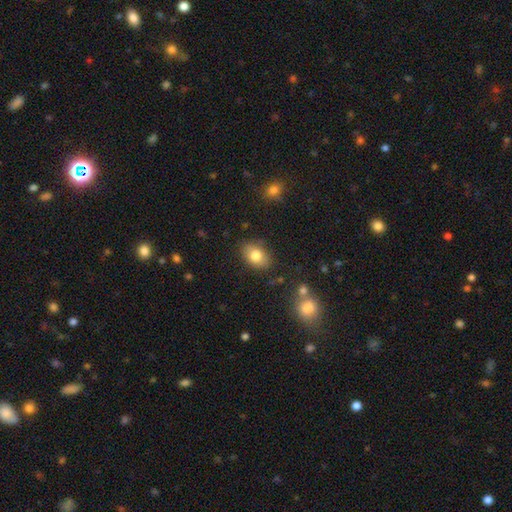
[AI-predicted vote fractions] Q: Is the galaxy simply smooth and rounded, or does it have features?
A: smooth — 80%.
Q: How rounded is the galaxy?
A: in between — 79%.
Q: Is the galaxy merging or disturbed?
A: none — 83%.